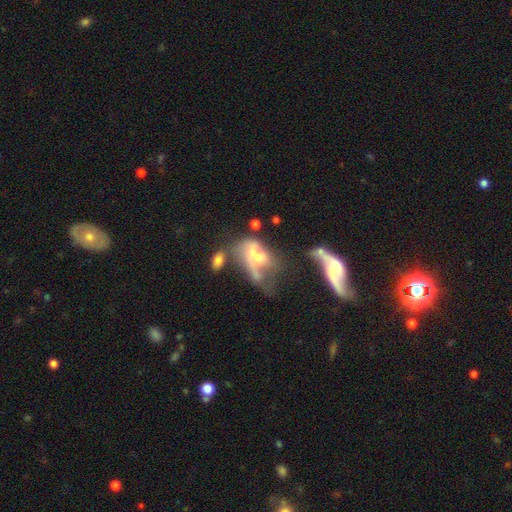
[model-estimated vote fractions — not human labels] Smooth or featured?
  - featured or disk: 49% *
  - smooth: 38%
  - star or artifact: 13%
Merging?
  - merger: 46% *
  - major disturbance: 33%
  - none: 12%
  - minor disturbance: 9%